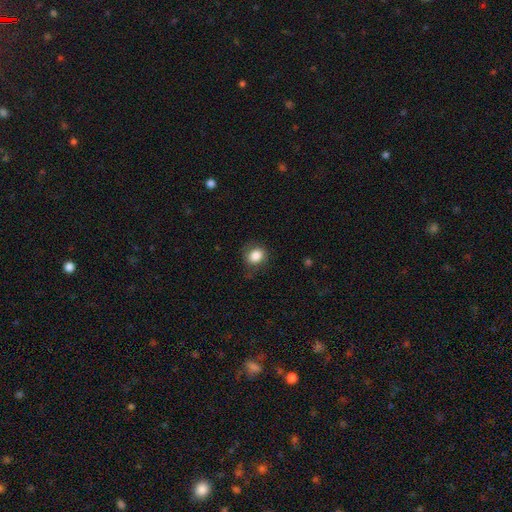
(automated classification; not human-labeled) smooth_or_featured: smooth (p=0.84) [alt: star or artifact p=0.09]
how_rounded: round (p=0.63) [alt: in between p=0.36]
merging: none (p=0.74) [alt: minor disturbance p=0.19]